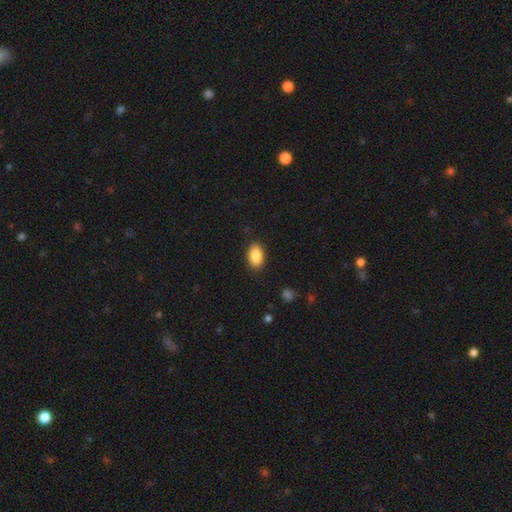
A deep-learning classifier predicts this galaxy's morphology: A smooth galaxy with no disk features (87%) that is in between round and cigar-shaped (92%).

Vote fractions:
- Smooth or featured? smooth: 87% / star or artifact: 7% / featured or disk: 6%
- How rounded? in between: 92% / round: 6% / cigar-shaped: 2%
- Merging? none: 87% / minor disturbance: 10% / major disturbance: 2% / merger: 1%